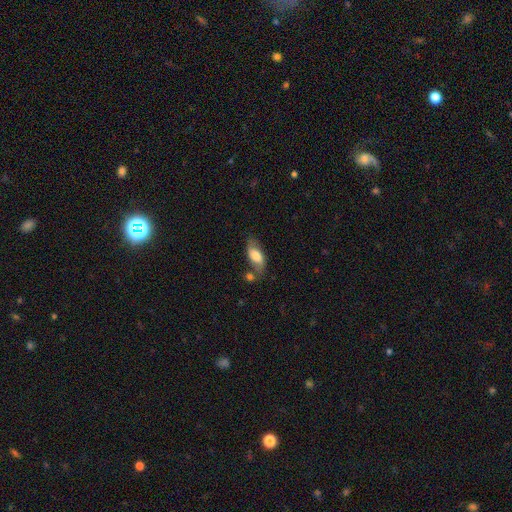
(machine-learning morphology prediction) smooth 62%, featured or disk 31%, star or artifact 7%. Down the decision tree: how rounded — in between (84%); merging — none (56%).